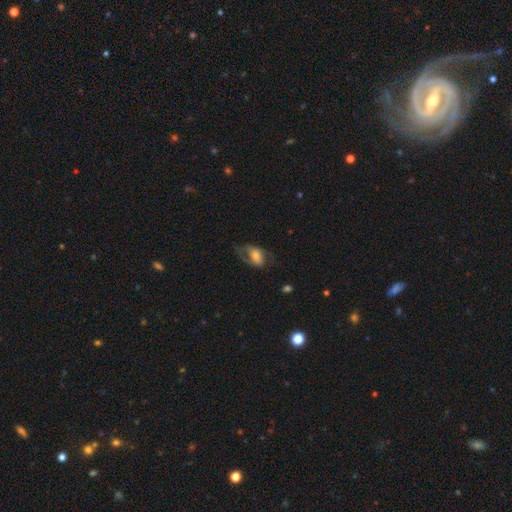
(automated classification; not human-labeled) Q: Smooth or featured?
A: featured or disk (49%); runner-up: smooth (44%)
Q: Merging?
A: none (49%); runner-up: major disturbance (27%)